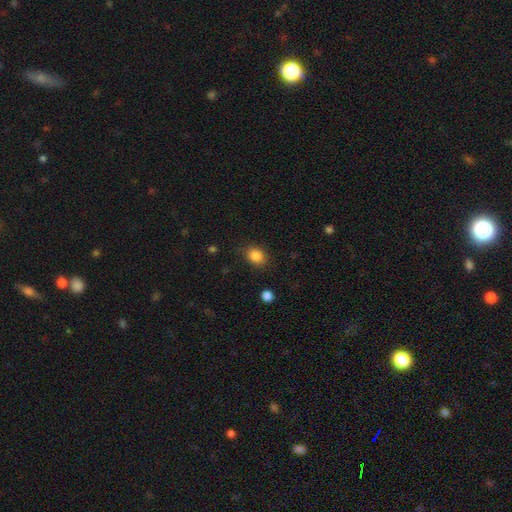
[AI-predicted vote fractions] Q: Smooth or featured?
A: smooth (85%); runner-up: star or artifact (10%)
Q: How rounded?
A: round (50%); runner-up: in between (49%)
Q: Merging?
A: none (84%); runner-up: minor disturbance (11%)